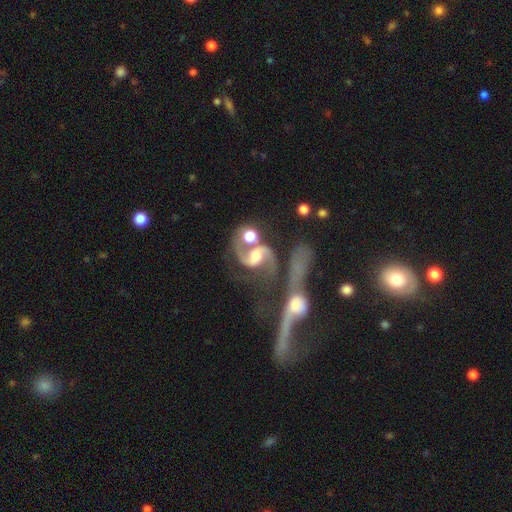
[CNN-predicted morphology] A featured or disk galaxy (85%) with a weak bar (43%), 2 (92%) loose (46%) spiral arms (96%) and a moderate central bulge (59%).

Vote fractions:
- Smooth or featured? featured or disk: 85% / smooth: 9% / star or artifact: 6%
- Edge-on disk? no: 97% / yes: 3%
- Bar? weak: 43% / no: 33% / strong: 24%
- Spiral arms? yes: 96% / no: 4%
- Spiral winding? loose: 46% / medium: 44% / tight: 9%
- Spiral arm count? 2: 92% / 1: 2% / can't tell: 2% / 3: 1% / 4: 1% / more than 4: 1%
- Bulge size? moderate: 59% / small: 22% / large: 14% / none: 3% / dominant: 2%
- Merging? merger: 44% / none: 33% / major disturbance: 12% / minor disturbance: 11%